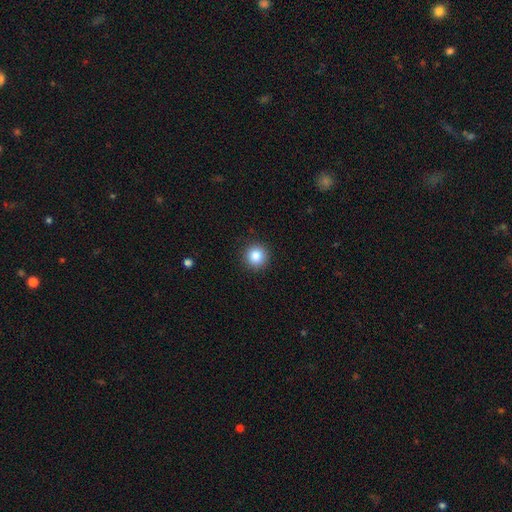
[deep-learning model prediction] smooth_or_featured: smooth (p=0.87) [alt: star or artifact p=0.09]
how_rounded: round (p=0.95) [alt: in between p=0.04]
merging: none (p=0.92) [alt: minor disturbance p=0.06]